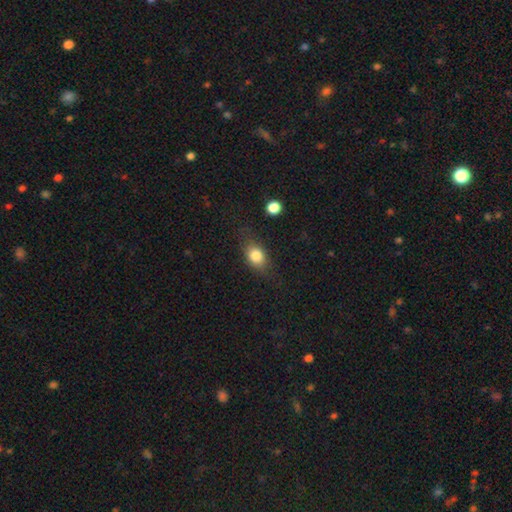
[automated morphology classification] smooth 79%, featured or disk 12%, star or artifact 9%. Down the decision tree: how rounded — in between (64%); merging — none (73%).